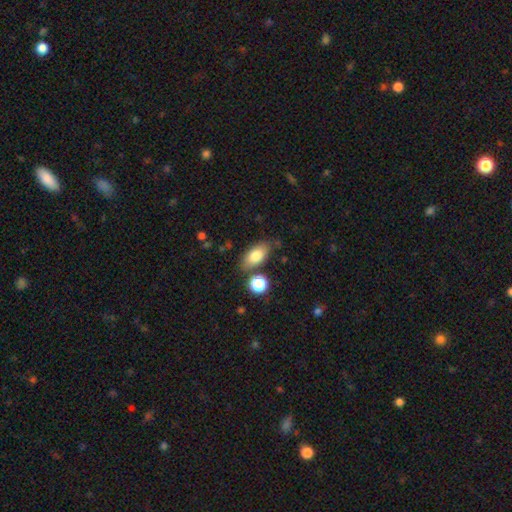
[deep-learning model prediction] smooth 79%, featured or disk 13%, star or artifact 8%. Down the decision tree: how rounded — in between (87%); merging — none (76%).